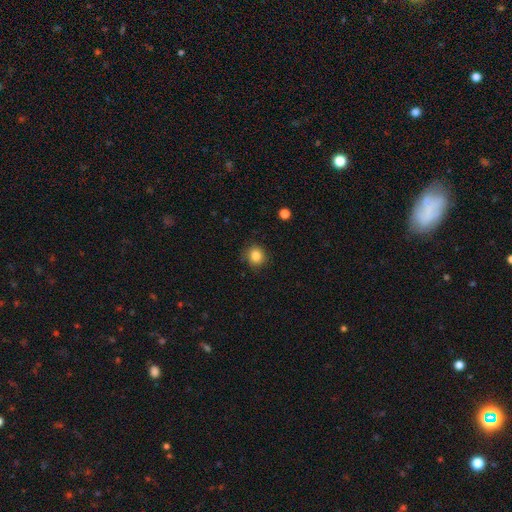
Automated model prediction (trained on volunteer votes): smooth_or_featured: smooth (p=0.84) [alt: star or artifact p=0.11]
how_rounded: round (p=0.89) [alt: in between p=0.10]
merging: none (p=0.87) [alt: minor disturbance p=0.09]